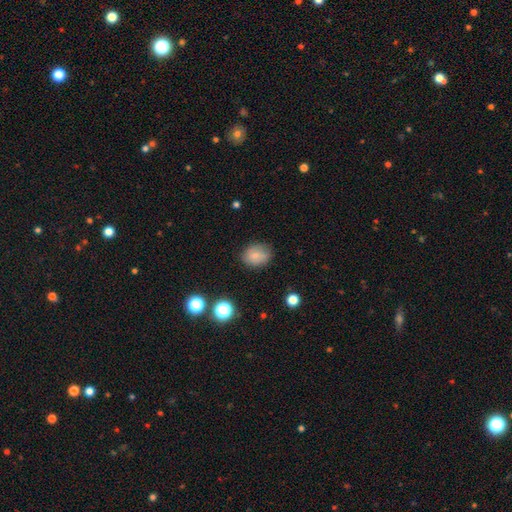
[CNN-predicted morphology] Smooth or featured: smooth — 74% (featured or disk — 15%)
How rounded: in between — 52% (round — 47%)
Merging: none — 78% (minor disturbance — 16%)